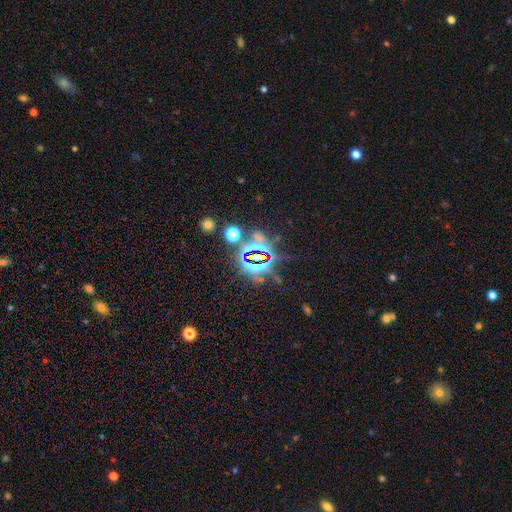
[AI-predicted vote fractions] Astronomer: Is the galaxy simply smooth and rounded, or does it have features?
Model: star or artifact — 77%.